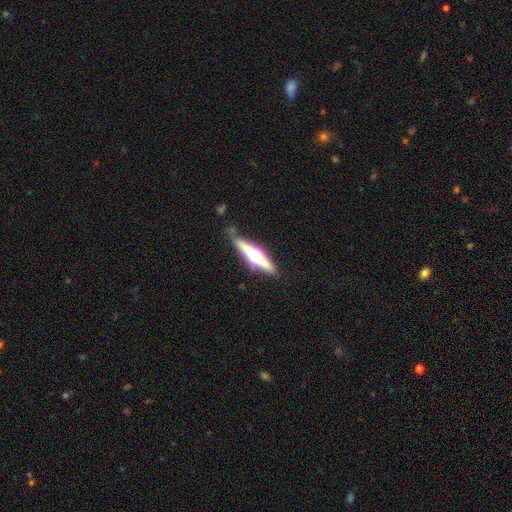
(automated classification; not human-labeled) Smooth or featured: featured or disk — 65% (smooth — 30%)
Edge-on disk: yes — 95% (no — 5%)
Edge-on bulge: rounded — 91% (boxy — 7%)
Merging: none — 77% (minor disturbance — 16%)